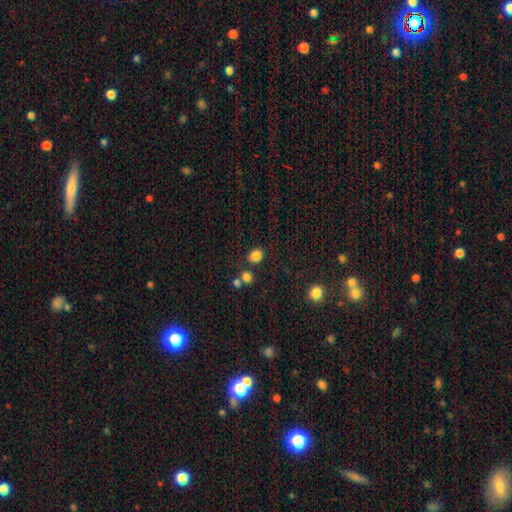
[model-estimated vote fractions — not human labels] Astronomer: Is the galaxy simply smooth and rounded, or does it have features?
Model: smooth — 83%.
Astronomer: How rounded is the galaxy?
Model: round — 69%.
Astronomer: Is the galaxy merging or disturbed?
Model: none — 77%.